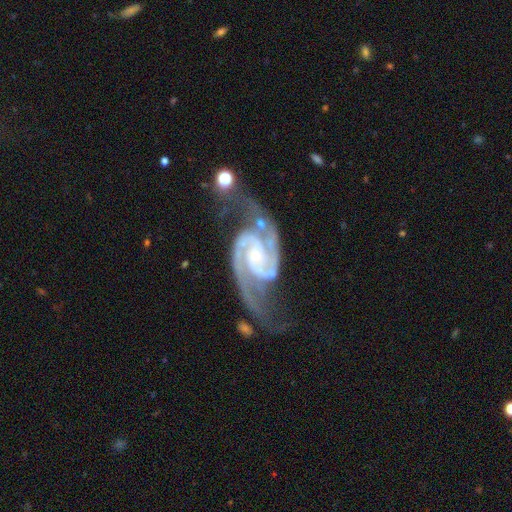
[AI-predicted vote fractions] This is clearly a featured or disk galaxy (94%). It is clearly not viewed edge-on (98%). Bar: possibly no (54%). Spiral arm pattern: clearly yes (99%). Spiral arm count: clearly 2 (92%). Spiral winding: possibly medium (54%). Central bulge: likely small (77%). Merging: possibly none (56%).